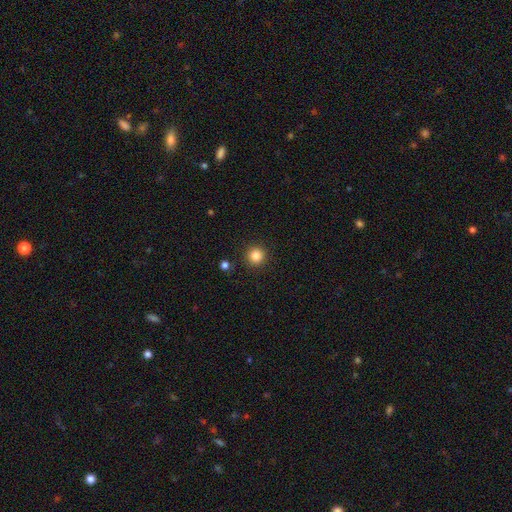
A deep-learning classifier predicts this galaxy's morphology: A smooth galaxy with no disk features (84%) that is round (95%). Merging: none (91%).